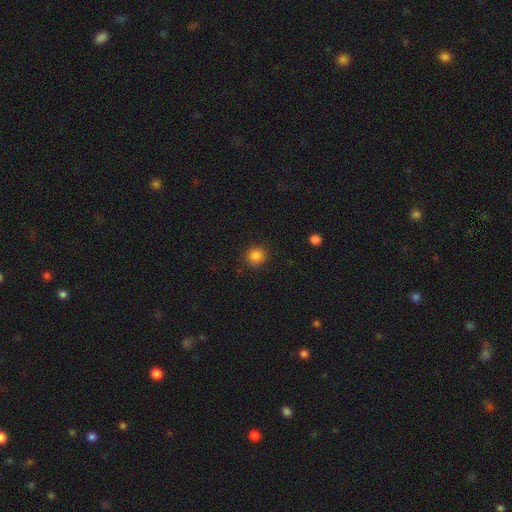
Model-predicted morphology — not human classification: smooth-or-featured: smooth: 85% | star or artifact: 11% | featured or disk: 3%
  how-rounded: round: 90% | in between: 9% | cigar-shaped: 1%
  merging: none: 88% | minor disturbance: 8% | major disturbance: 3% | merger: 1%